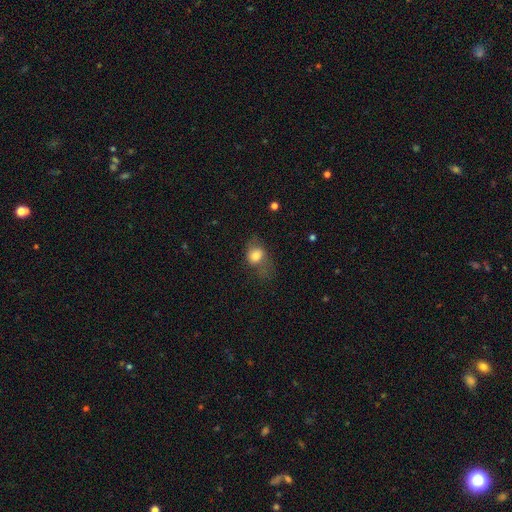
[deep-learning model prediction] Smooth or featured: smooth — 73% (featured or disk — 18%)
How rounded: in between — 63% (round — 35%)
Merging: none — 41% (major disturbance — 29%)